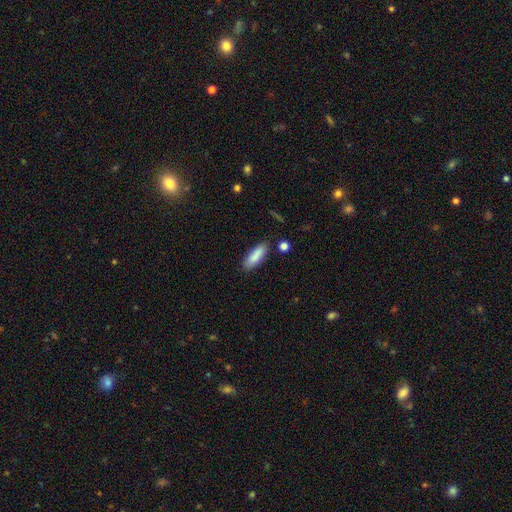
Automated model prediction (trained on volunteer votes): smooth 87%, featured or disk 7%, star or artifact 6%. Down the decision tree: how rounded — in between (55%); merging — none (81%).